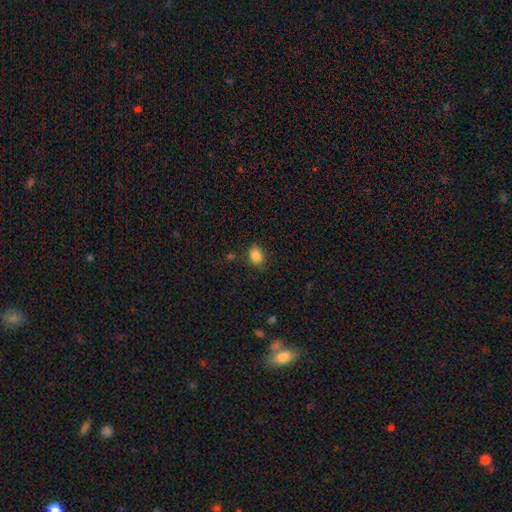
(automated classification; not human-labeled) smooth_or_featured: smooth (p=0.84) [alt: star or artifact p=0.10]
how_rounded: in between (p=0.61) [alt: round p=0.38]
merging: none (p=0.80) [alt: minor disturbance p=0.14]